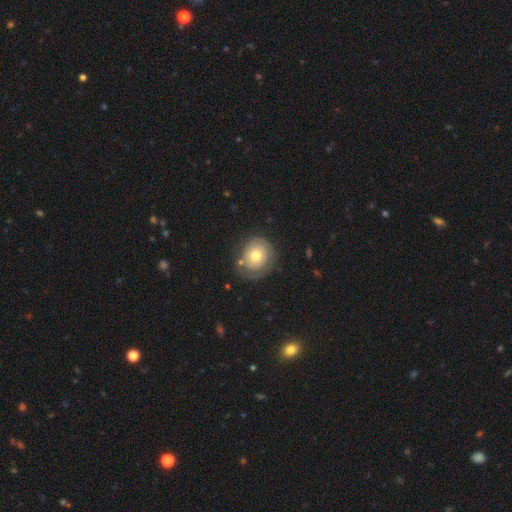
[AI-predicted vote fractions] Smooth or featured: smooth — 49% (featured or disk — 44%)
Merging: none — 64% (minor disturbance — 21%)